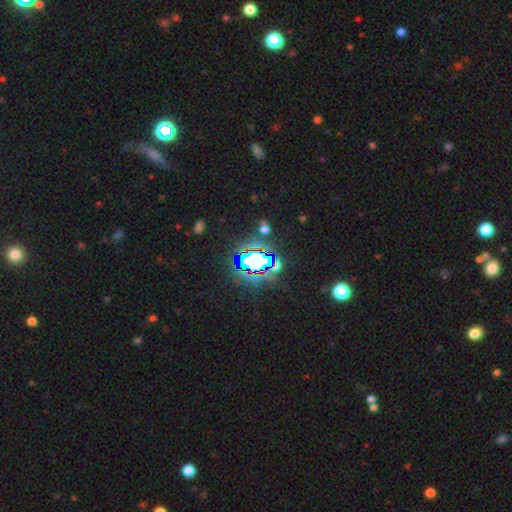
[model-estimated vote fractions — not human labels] Smooth or featured?
  - star or artifact: 72% *
  - smooth: 16%
  - featured or disk: 12%